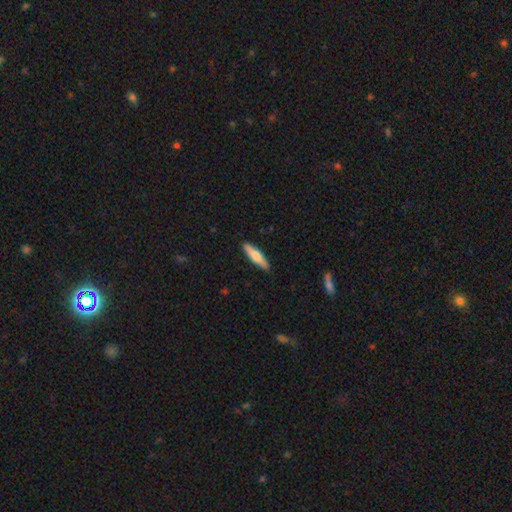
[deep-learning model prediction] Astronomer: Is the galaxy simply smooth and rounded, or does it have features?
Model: smooth — 62%.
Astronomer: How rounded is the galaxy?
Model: cigar-shaped — 76%.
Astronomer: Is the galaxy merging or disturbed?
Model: none — 89%.